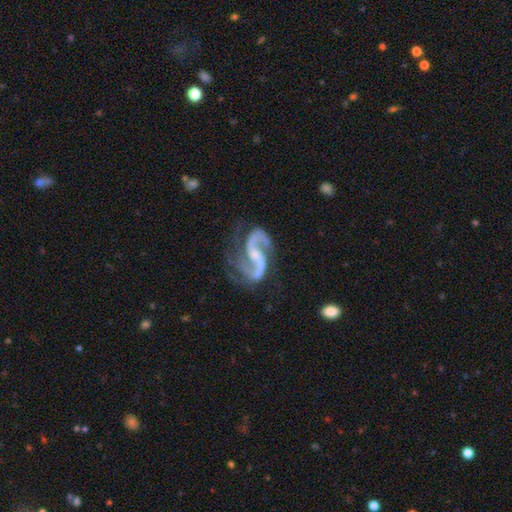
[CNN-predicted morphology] featured or disk 93%, star or artifact 4%, smooth 3%. Down the decision tree: edge-on disk — no (98%); bar — weak (44%); spiral arms — yes (98%); spiral arm count — 2 (93%); spiral winding — medium (48%); bulge size — small (52%); merging — none (64%).